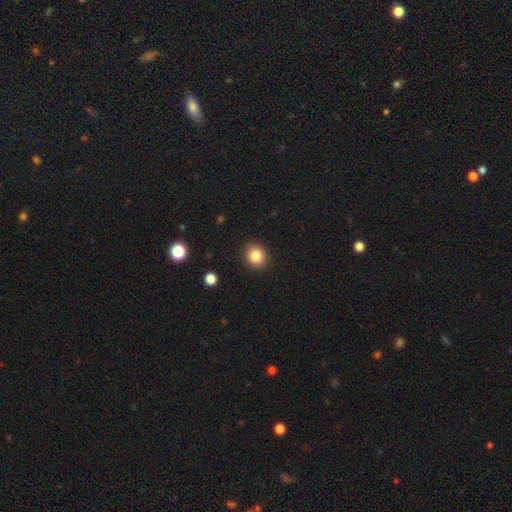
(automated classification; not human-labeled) smooth-or-featured: smooth: 84% | star or artifact: 10% | featured or disk: 6%
  how-rounded: round: 71% | in between: 28% | cigar-shaped: 1%
  merging: none: 91% | minor disturbance: 6% | major disturbance: 2% | merger: 1%